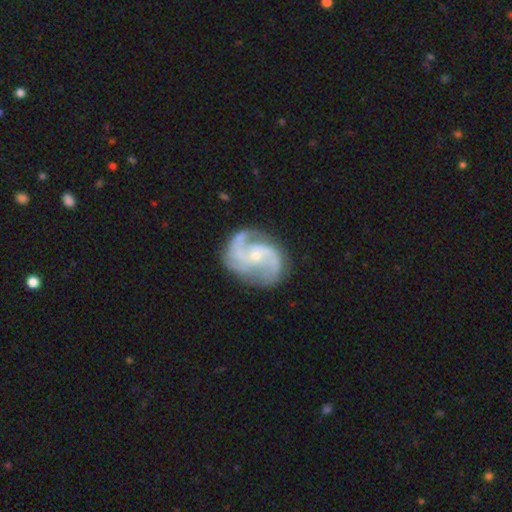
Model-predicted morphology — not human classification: Smooth or featured?
  - featured or disk: 91% *
  - star or artifact: 5%
  - smooth: 4%
Edge-on disk?
  - no: 98% *
  - yes: 2%
Bar?
  - no: 59% *
  - weak: 32%
  - strong: 9%
Spiral arms?
  - yes: 98% *
  - no: 2%
Spiral winding?
  - medium: 57% *
  - tight: 26%
  - loose: 18%
Spiral arm count?
  - 2: 61% *
  - 3: 23%
  - can't tell: 6%
  - 4: 4%
  - 1: 3%
  - more than 4: 3%
Bulge size?
  - small: 69% *
  - moderate: 28%
  - none: 2%
  - large: 1%
  - dominant: 1%
Merging?
  - none: 74% *
  - minor disturbance: 17%
  - major disturbance: 7%
  - merger: 2%